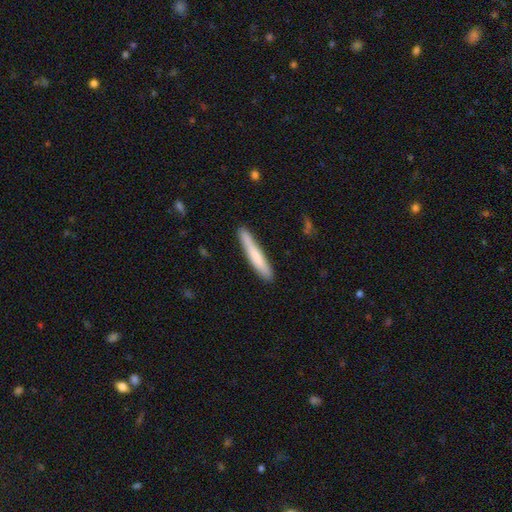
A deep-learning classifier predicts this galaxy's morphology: Smooth or featured: smooth — 72% (featured or disk — 22%)
How rounded: cigar-shaped — 94% (in between — 5%)
Merging: none — 82% (minor disturbance — 13%)